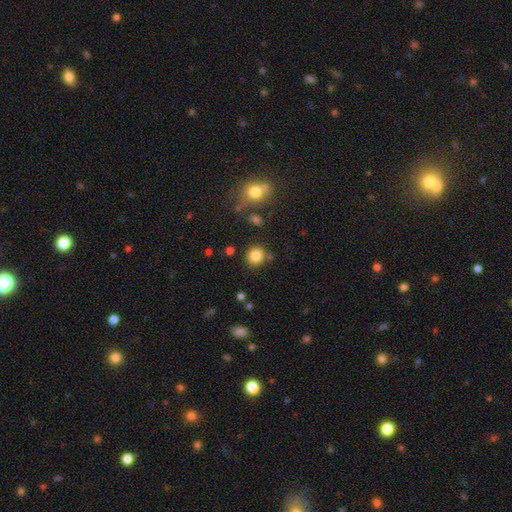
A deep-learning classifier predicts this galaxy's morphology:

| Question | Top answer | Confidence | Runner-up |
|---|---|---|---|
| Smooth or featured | smooth | 83% | star or artifact (11%) |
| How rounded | round | 86% | in between (13%) |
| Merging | none | 82% | minor disturbance (9%) |